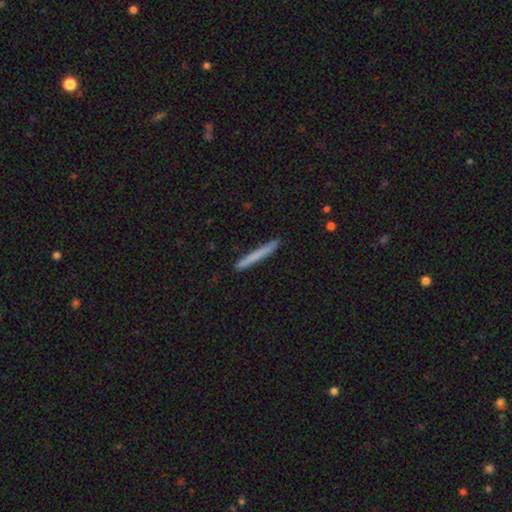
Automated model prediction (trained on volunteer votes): This is likely a smooth galaxy (69%). How rounded: clearly cigar-shaped (97%). Merging: clearly none (92%).